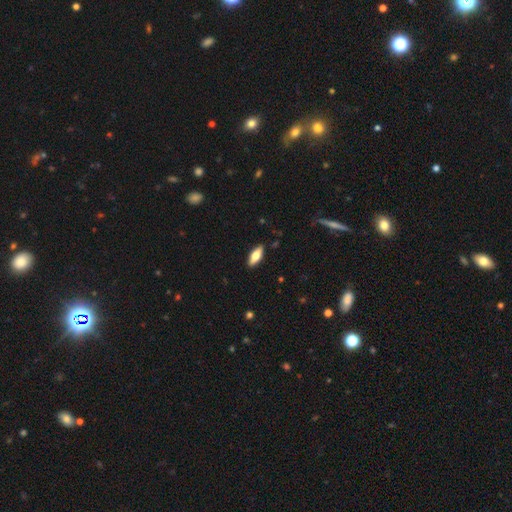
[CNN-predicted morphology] smooth_or_featured: smooth (p=0.66) [alt: featured or disk p=0.28]
how_rounded: in between (p=0.72) [alt: cigar-shaped p=0.25]
merging: none (p=0.89) [alt: minor disturbance p=0.09]